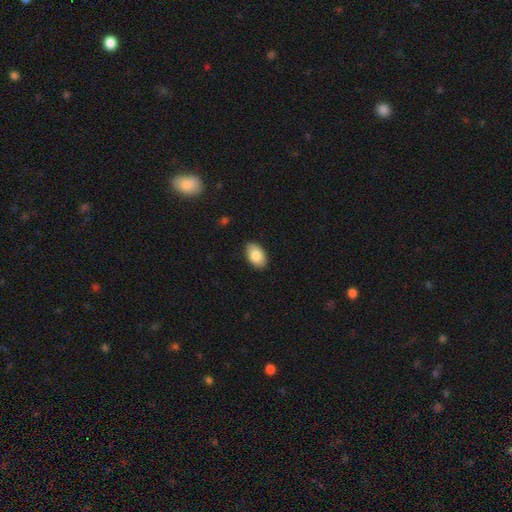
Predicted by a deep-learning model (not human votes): smooth_or_featured: smooth (p=0.85) [alt: featured or disk p=0.09]
how_rounded: in between (p=0.92) [alt: round p=0.07]
merging: none (p=0.89) [alt: minor disturbance p=0.09]